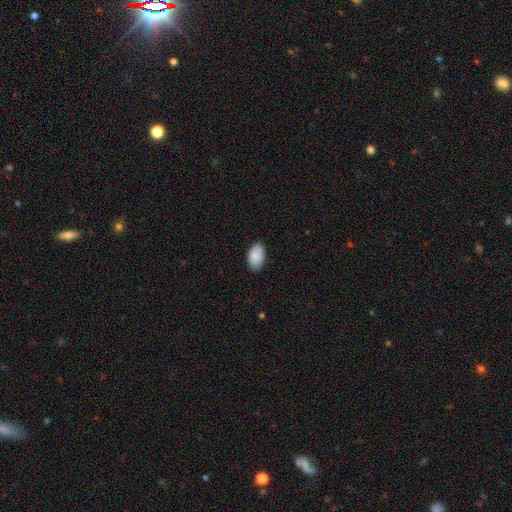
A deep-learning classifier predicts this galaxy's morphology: This appears to be a smooth galaxy with no disk features (87%) that is in between round and cigar-shaped (94%). Merging: none (83%).